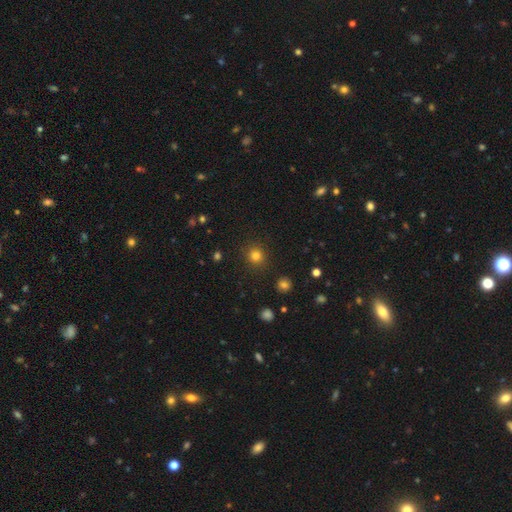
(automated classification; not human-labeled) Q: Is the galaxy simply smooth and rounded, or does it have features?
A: smooth — 81%.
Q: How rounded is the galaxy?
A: round — 91%.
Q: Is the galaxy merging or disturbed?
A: none — 89%.